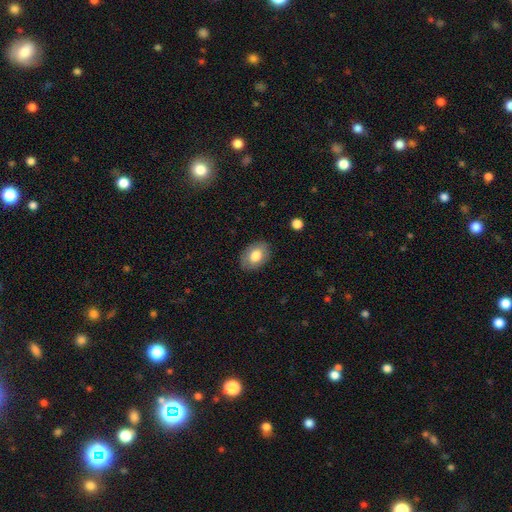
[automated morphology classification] smooth 77%, featured or disk 16%, star or artifact 7%. Down the decision tree: how rounded — in between (78%); merging — none (85%).